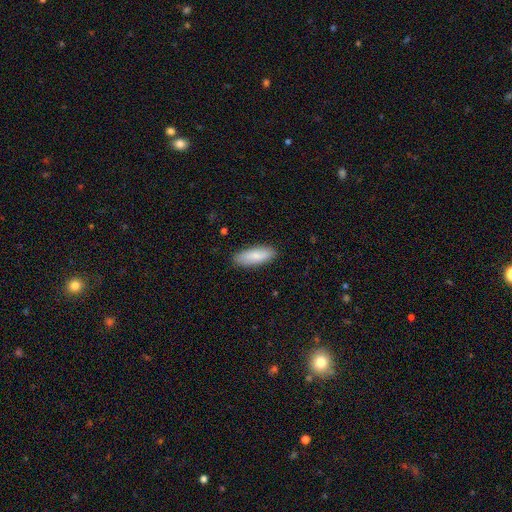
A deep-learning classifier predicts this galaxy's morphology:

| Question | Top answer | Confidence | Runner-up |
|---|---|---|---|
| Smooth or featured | smooth | 83% | featured or disk (11%) |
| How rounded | in between | 71% | cigar-shaped (28%) |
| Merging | none | 88% | minor disturbance (9%) |